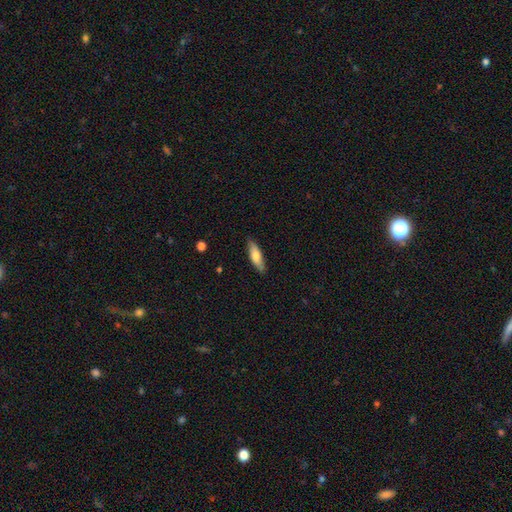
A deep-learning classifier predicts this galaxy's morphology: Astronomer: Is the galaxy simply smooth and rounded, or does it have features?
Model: smooth — 73%.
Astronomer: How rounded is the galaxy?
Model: cigar-shaped — 54% (runner-up: in between, 44%).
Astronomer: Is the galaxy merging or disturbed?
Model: none — 86%.